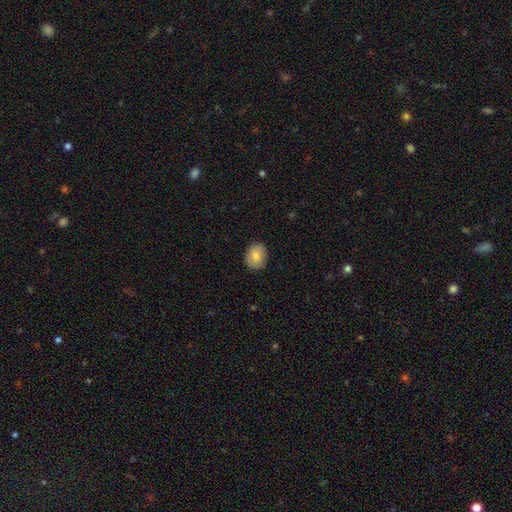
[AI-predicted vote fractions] This is clearly a smooth galaxy (82%). How rounded: possibly in between (51%). Merging: clearly none (87%).